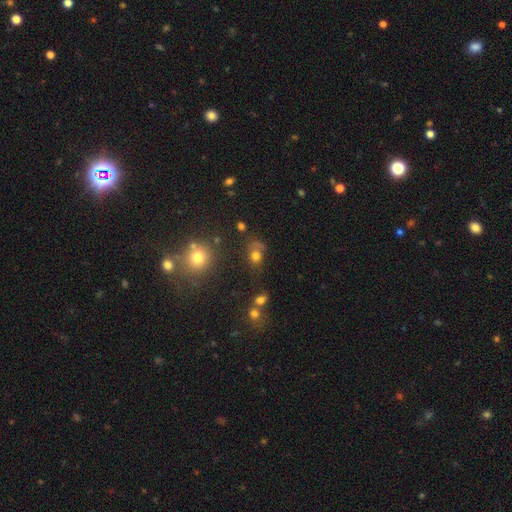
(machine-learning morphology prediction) Q: Smooth or featured?
A: smooth (72%); runner-up: star or artifact (17%)
Q: How rounded?
A: round (62%); runner-up: in between (36%)
Q: Merging?
A: none (50%); runner-up: minor disturbance (22%)